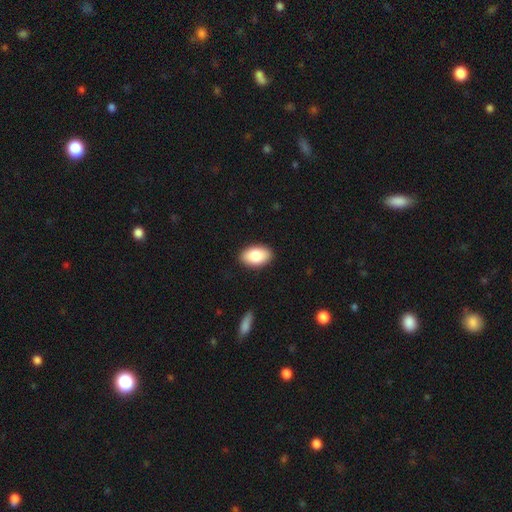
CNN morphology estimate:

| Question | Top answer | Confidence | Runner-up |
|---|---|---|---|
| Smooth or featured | smooth | 84% | featured or disk (9%) |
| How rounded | in between | 93% | round (6%) |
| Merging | none | 89% | minor disturbance (8%) |